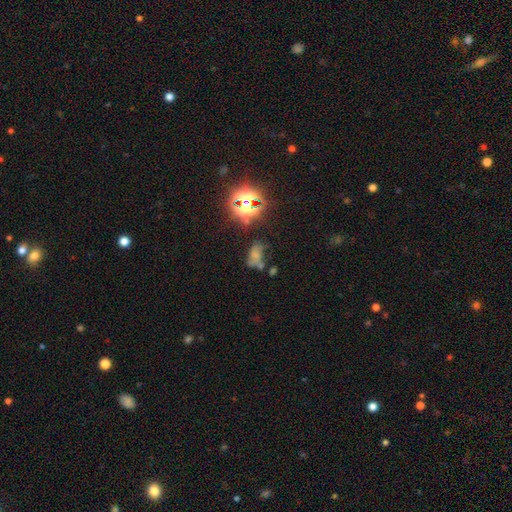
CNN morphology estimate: A smooth galaxy with no disk features (47%). Merging: none (37%).